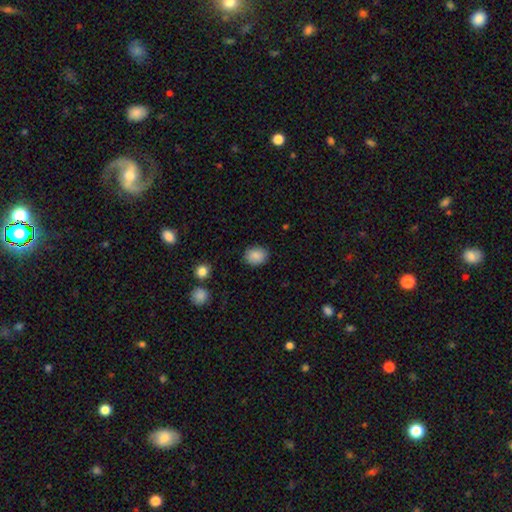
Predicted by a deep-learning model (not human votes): smooth 87%, star or artifact 8%, featured or disk 4%. Down the decision tree: how rounded — round (53%); merging — none (84%).